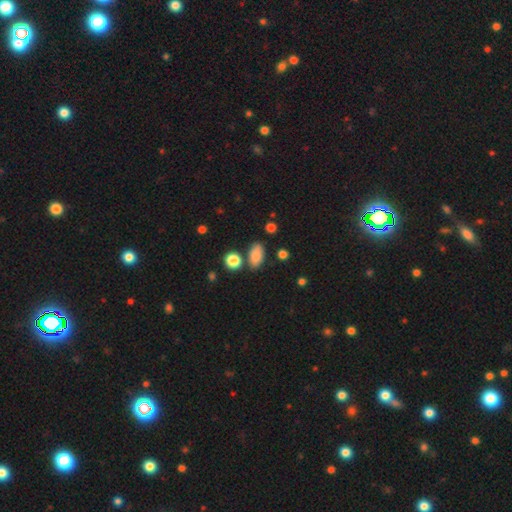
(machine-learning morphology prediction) Smooth or featured: smooth — 85% (star or artifact — 9%)
How rounded: in between — 89% (round — 7%)
Merging: none — 77% (minor disturbance — 13%)